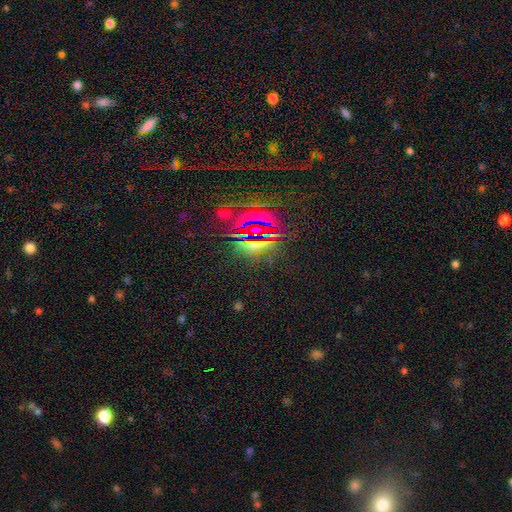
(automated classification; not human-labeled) The model was most divided on "smooth or featured": star or artifact: 84%, smooth: 9%, featured or disk: 7%.